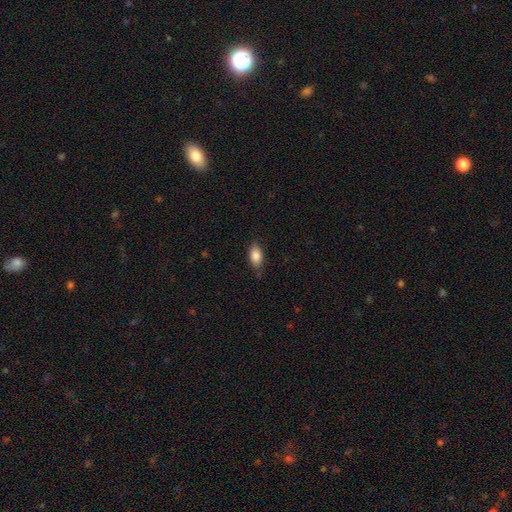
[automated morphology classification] Smooth or featured? Predicted: smooth (p=0.85). How rounded? Predicted: in between (p=0.90). Merging? Predicted: none (p=0.77).